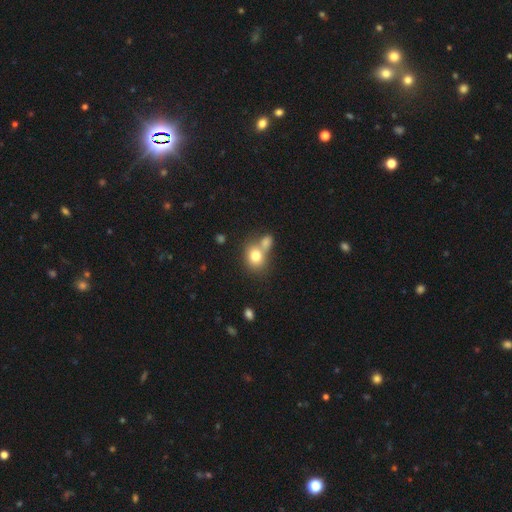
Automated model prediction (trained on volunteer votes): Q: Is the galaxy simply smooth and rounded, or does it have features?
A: smooth — 76%.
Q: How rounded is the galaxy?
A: round — 60%.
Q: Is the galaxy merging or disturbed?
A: merger — 48%.